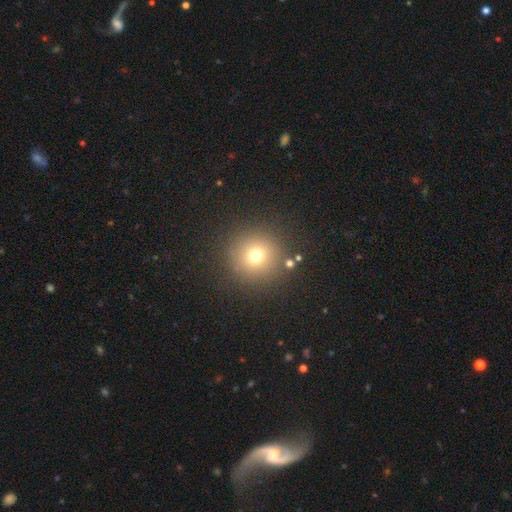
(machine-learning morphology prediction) This appears to be a smooth galaxy with no disk features (71%) that is round (95%). Merging: none (87%).